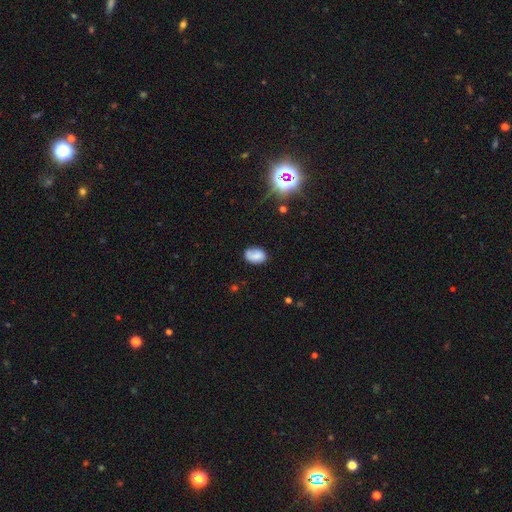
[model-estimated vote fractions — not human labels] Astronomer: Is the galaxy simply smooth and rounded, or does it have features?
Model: smooth — 77%.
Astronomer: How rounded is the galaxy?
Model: in between — 85%.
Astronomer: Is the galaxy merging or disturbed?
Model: none — 64%.